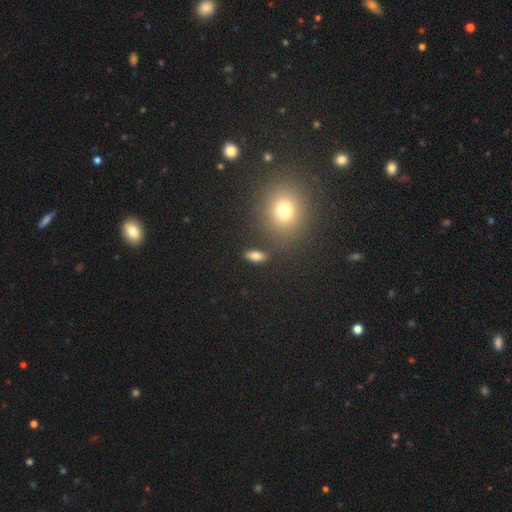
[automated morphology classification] Overall: smooth (77%). How rounded: in between (74%). Merging: none (82%).